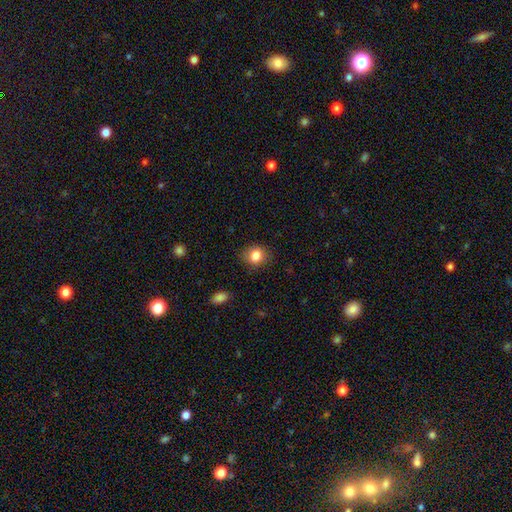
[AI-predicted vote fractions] A smooth galaxy with no disk features (84%) that is round (71%).

Vote fractions:
- Smooth or featured? smooth: 84% / star or artifact: 10% / featured or disk: 6%
- How rounded? round: 71% / in between: 28% / cigar-shaped: 1%
- Merging? none: 84% / minor disturbance: 12% / major disturbance: 3% / merger: 1%